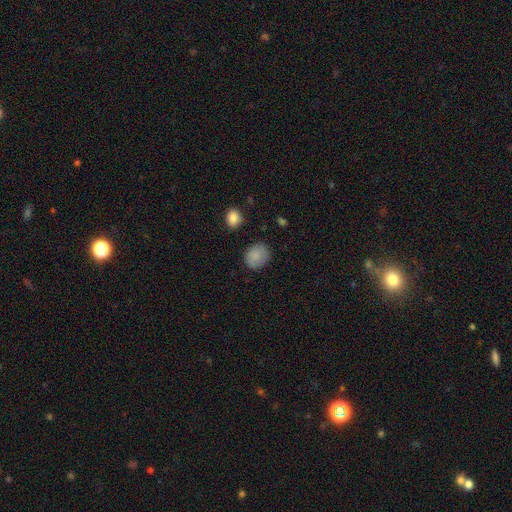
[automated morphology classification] Overall: smooth (86%). How rounded: round (58%; in between 41%). Merging: none (81%).